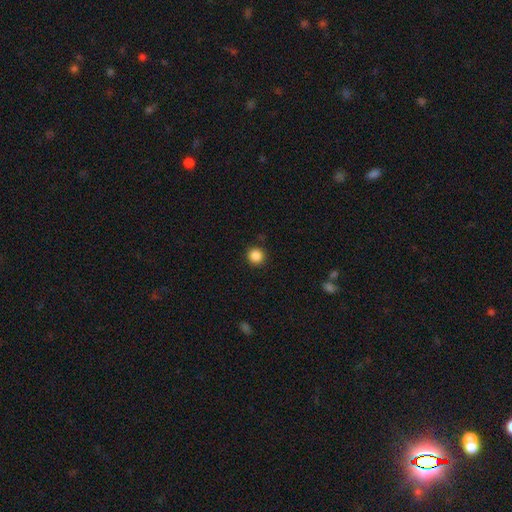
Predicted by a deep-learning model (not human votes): smooth_or_featured: smooth (p=0.87) [alt: star or artifact p=0.10]
how_rounded: round (p=0.94) [alt: in between p=0.05]
merging: none (p=0.91) [alt: minor disturbance p=0.06]